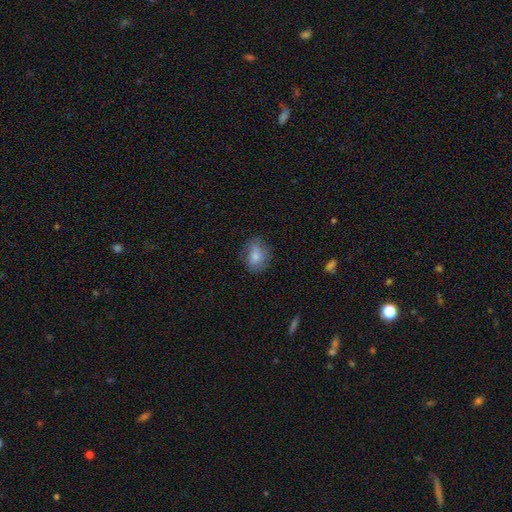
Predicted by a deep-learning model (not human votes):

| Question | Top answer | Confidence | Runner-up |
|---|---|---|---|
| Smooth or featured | smooth | 79% | featured or disk (13%) |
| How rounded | in between | 65% | round (34%) |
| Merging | none | 72% | minor disturbance (20%) |